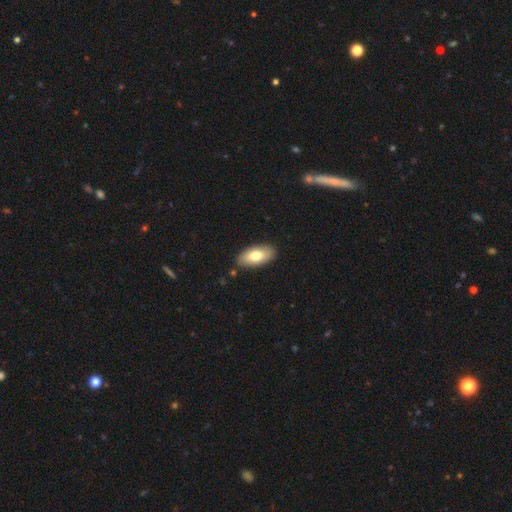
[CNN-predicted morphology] type=smooth (74%); roundness=in between (92%); merging=none (87%).